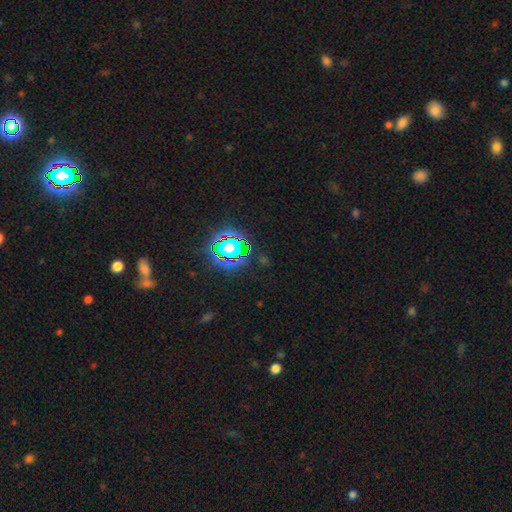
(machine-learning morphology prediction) The model was most divided on "smooth or featured": star or artifact: 78%, smooth: 13%, featured or disk: 8%.